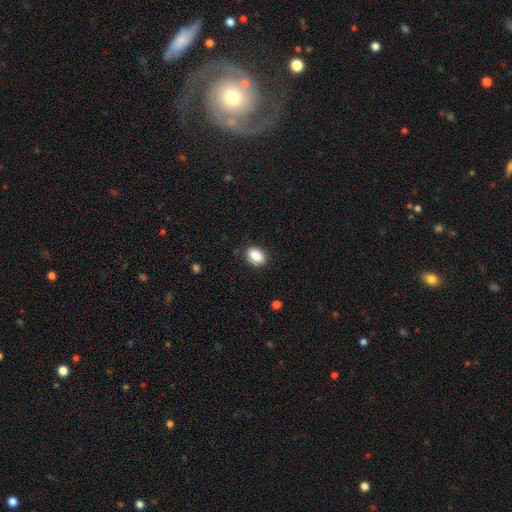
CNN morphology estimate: Smooth or featured? Predicted: smooth (p=0.88). How rounded? Predicted: in between (p=0.74). Merging? Predicted: none (p=0.87).